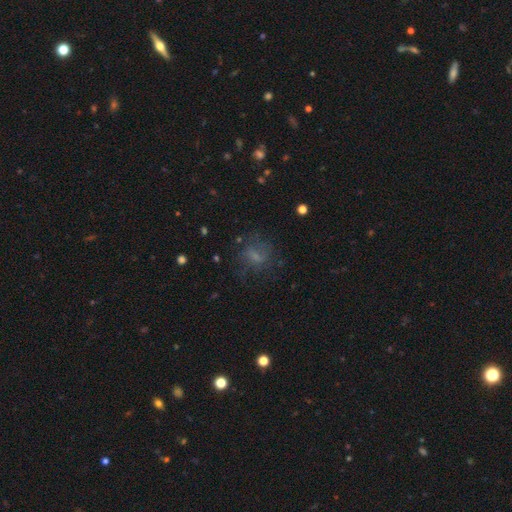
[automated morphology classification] Smooth or featured?
  - smooth: 50% *
  - featured or disk: 32%
  - star or artifact: 18%
Merging?
  - none: 57% *
  - minor disturbance: 20%
  - major disturbance: 20%
  - merger: 2%